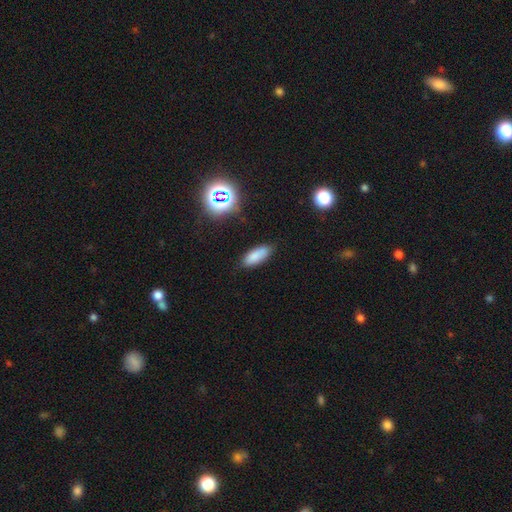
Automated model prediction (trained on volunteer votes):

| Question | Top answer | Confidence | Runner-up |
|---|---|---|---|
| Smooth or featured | smooth | 81% | star or artifact (12%) |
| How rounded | in between | 78% | cigar-shaped (20%) |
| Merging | none | 81% | minor disturbance (14%) |